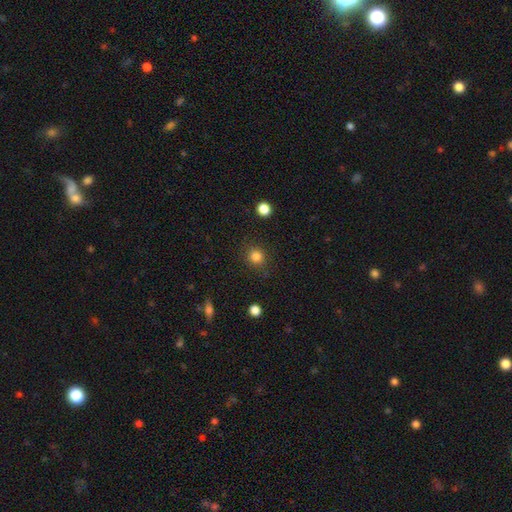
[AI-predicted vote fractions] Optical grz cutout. It shows a smooth galaxy with no disk features (83%) that is round (87%). Merging: none (87%).